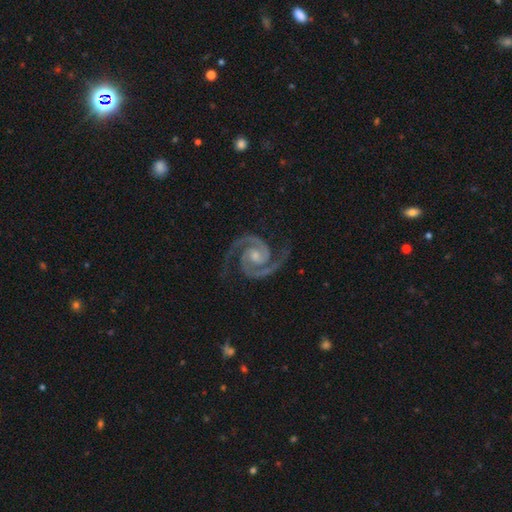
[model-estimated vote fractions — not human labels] A featured or disk galaxy (95%) with no bar (55%), 2 (94%) tight (49%) spiral arms (99%) and a small central bulge (46%). Merging: none (84%).